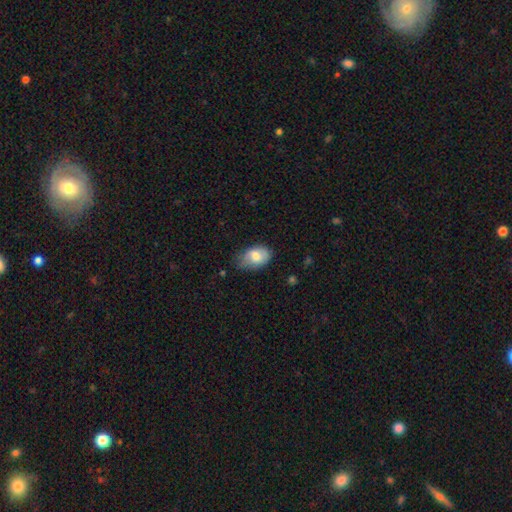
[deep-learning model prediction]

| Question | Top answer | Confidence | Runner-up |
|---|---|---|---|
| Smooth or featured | smooth | 74% | featured or disk (20%) |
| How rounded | in between | 89% | round (10%) |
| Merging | none | 58% | minor disturbance (34%) |